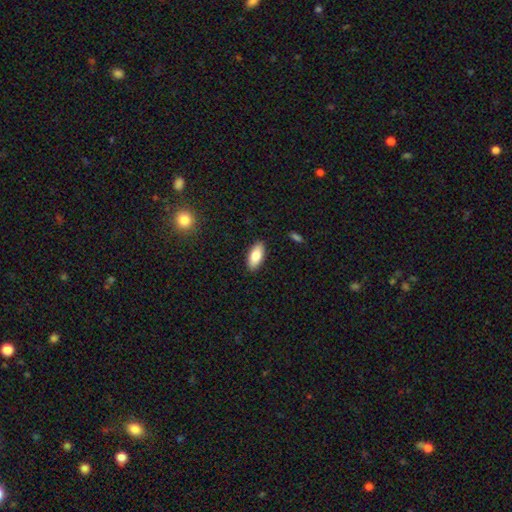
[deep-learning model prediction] Smooth or featured? smooth (83%)
How rounded? in between (87%)
Merging? none (89%)